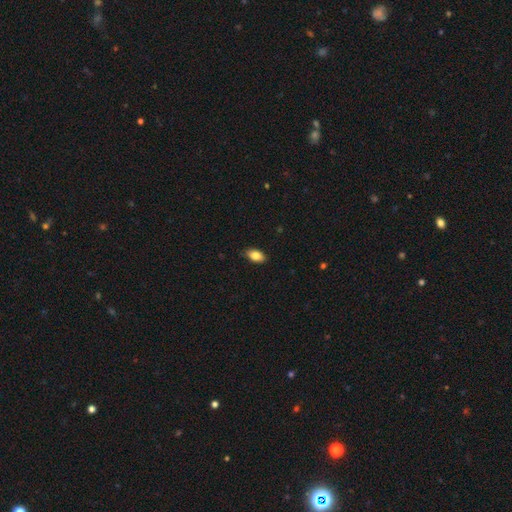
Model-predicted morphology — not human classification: This is clearly a smooth galaxy (84%). How rounded: clearly in between (91%). Merging: clearly none (87%).